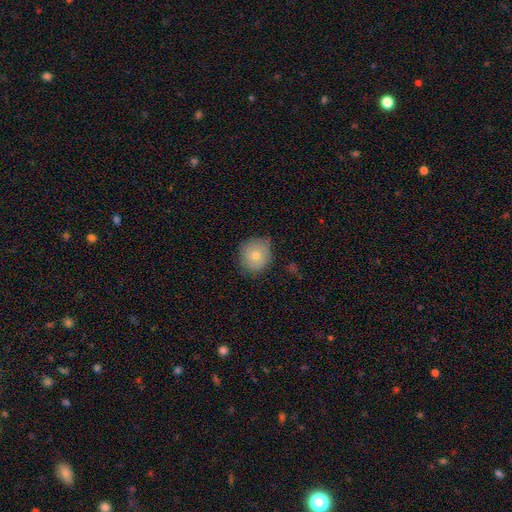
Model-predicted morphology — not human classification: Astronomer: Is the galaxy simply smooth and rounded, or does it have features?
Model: smooth — 75%.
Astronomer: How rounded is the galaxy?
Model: round — 86%.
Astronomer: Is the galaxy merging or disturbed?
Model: none — 72%.